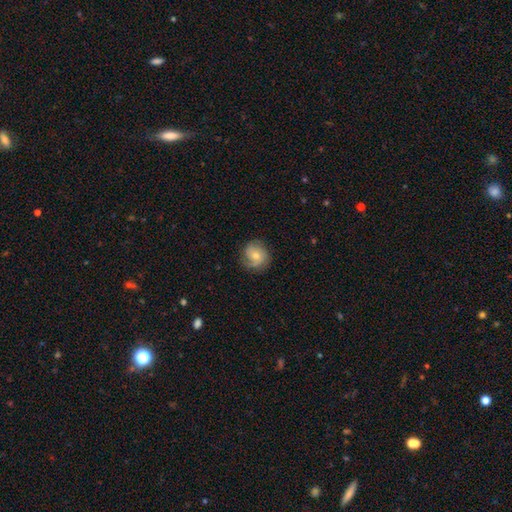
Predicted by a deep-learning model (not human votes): A featured or disk galaxy (48%). Merging: none (73%).